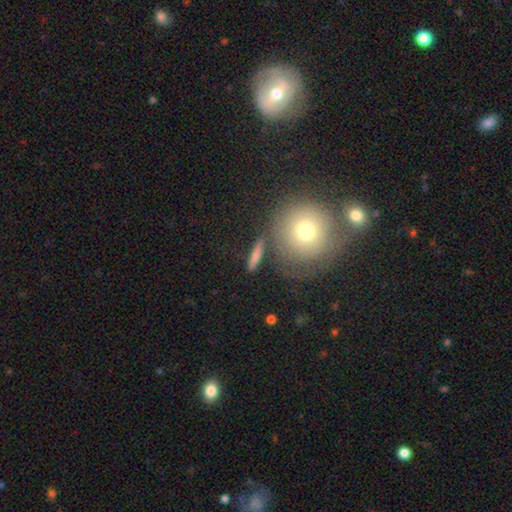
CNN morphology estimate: Q: Smooth or featured?
A: smooth (67%); runner-up: featured or disk (25%)
Q: How rounded?
A: cigar-shaped (75%); runner-up: in between (15%)
Q: Merging?
A: none (79%); runner-up: minor disturbance (10%)